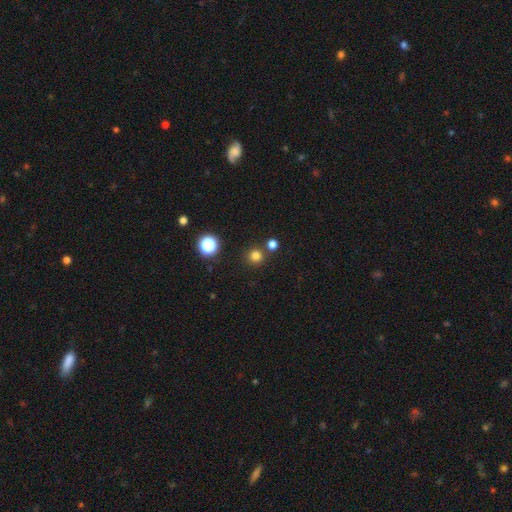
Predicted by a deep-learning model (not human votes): smooth 77%, star or artifact 18%, featured or disk 4%. Down the decision tree: how rounded — round (94%); merging — none (81%).